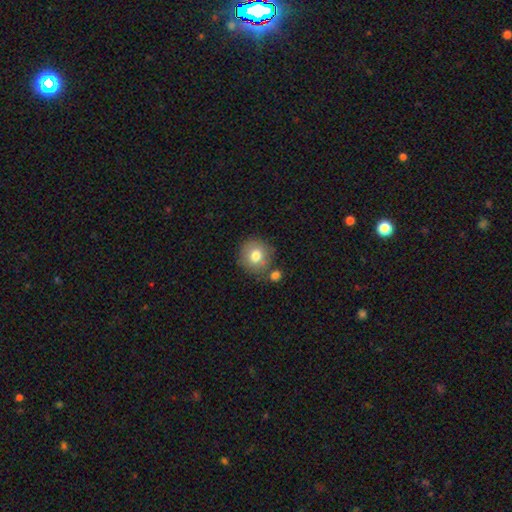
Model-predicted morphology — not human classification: Smooth or featured?
  - smooth: 78% *
  - featured or disk: 13%
  - star or artifact: 9%
How rounded?
  - round: 90% *
  - in between: 9%
  - cigar-shaped: 1%
Merging?
  - none: 73% *
  - minor disturbance: 12%
  - merger: 11%
  - major disturbance: 4%